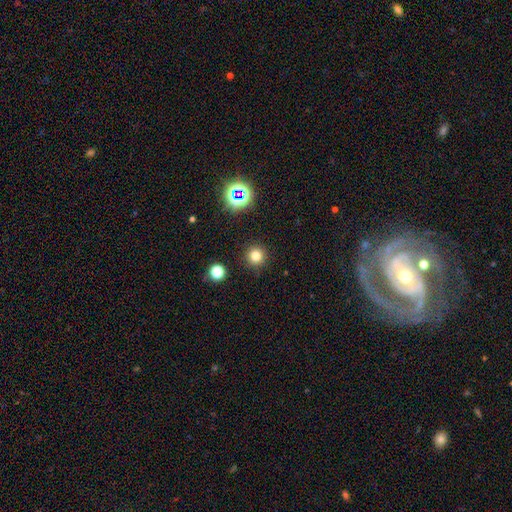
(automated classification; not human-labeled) smooth-or-featured: smooth: 76% | star or artifact: 18% | featured or disk: 6%
  how-rounded: round: 95% | in between: 4% | cigar-shaped: 1%
  merging: none: 90% | minor disturbance: 6% | major disturbance: 2% | merger: 2%